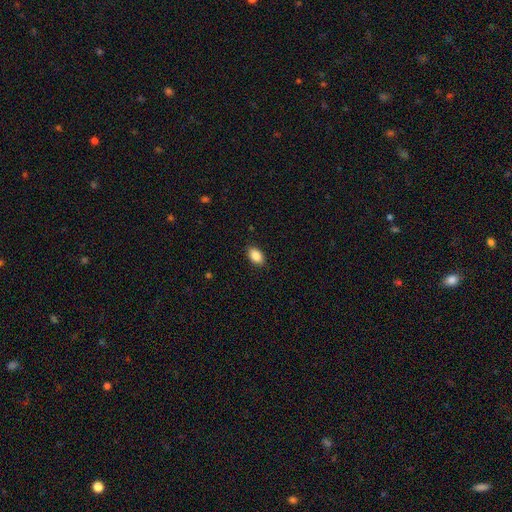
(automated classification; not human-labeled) Morphology: type=smooth (88%); roundness=in between (89%); merging=none (88%).